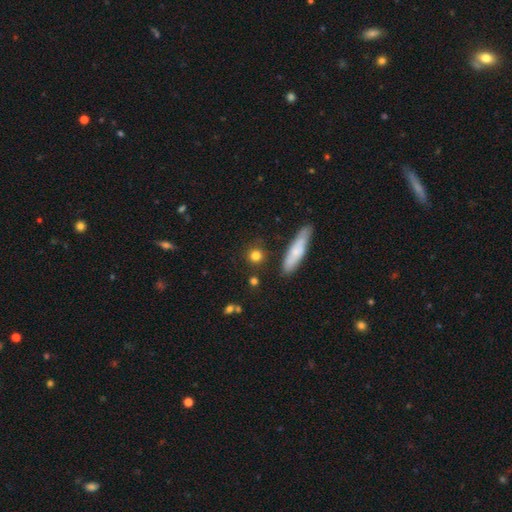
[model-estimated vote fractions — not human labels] Morphology: type=smooth (80%); roundness=round (80%); merging=none (84%).